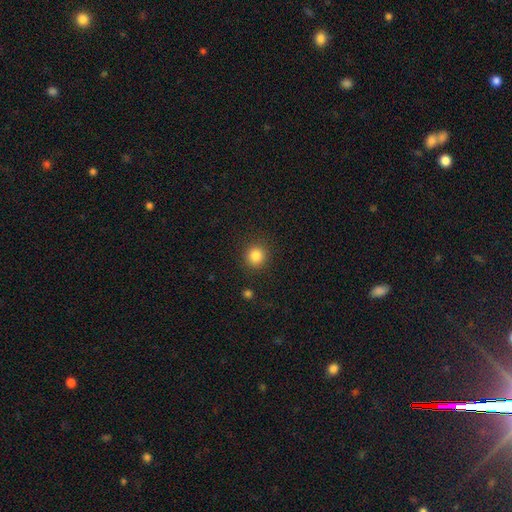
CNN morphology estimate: A smooth galaxy with no disk features (84%) that is round (92%).

Vote fractions:
- Smooth or featured? smooth: 84% / star or artifact: 11% / featured or disk: 5%
- How rounded? round: 92% / in between: 7% / cigar-shaped: 1%
- Merging? none: 90% / minor disturbance: 6% / major disturbance: 2% / merger: 2%